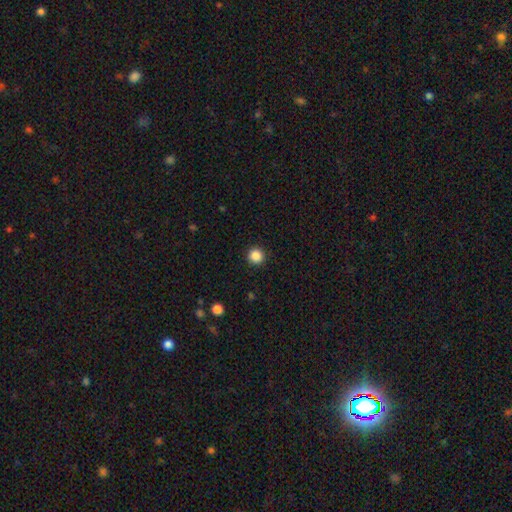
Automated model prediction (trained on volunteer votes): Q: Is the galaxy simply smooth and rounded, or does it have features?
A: smooth — 87%.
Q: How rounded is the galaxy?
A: round — 95%.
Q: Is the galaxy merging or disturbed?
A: none — 93%.